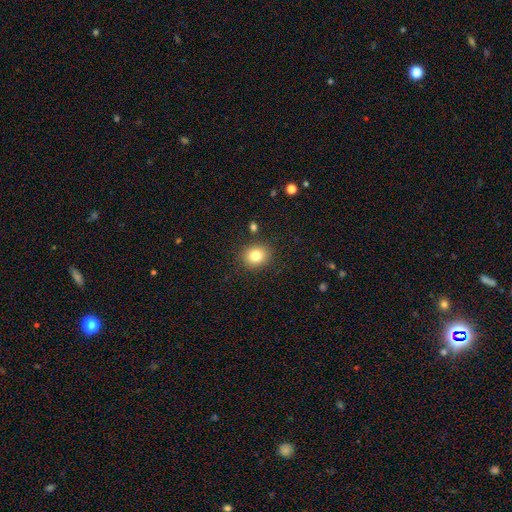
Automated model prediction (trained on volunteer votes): A smooth galaxy with no disk features (81%) that is round (73%). Merging: none (87%).